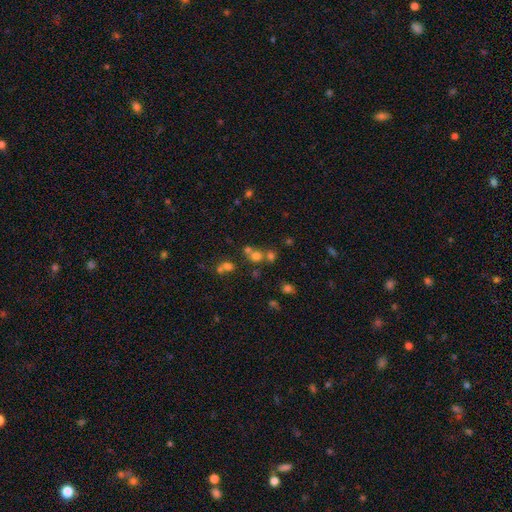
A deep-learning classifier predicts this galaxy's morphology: Q: Smooth or featured?
A: smooth (60%); runner-up: star or artifact (27%)
Q: How rounded?
A: round (84%); runner-up: in between (14%)
Q: Merging?
A: none (53%); runner-up: merger (36%)